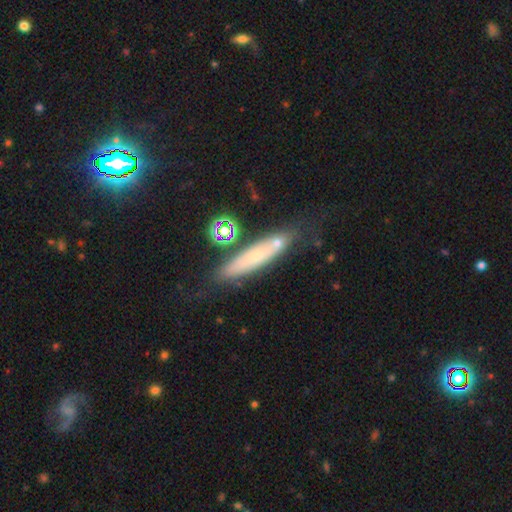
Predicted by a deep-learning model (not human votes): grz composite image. It shows a smooth galaxy with no disk features (55%) that is cigar-shaped (80%). Merging: none (66%).